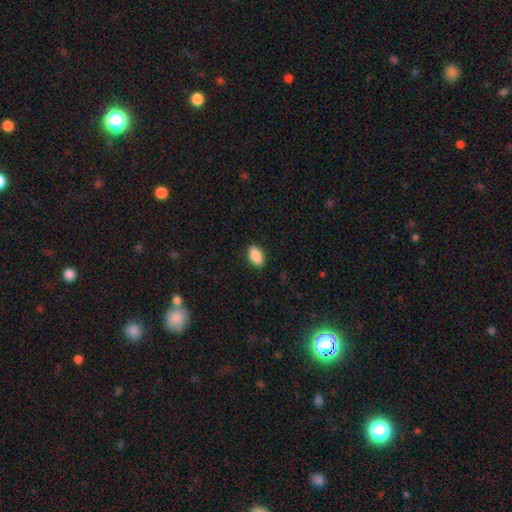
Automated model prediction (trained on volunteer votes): A smooth galaxy with no disk features (89%) that is in between round and cigar-shaped (92%). Merging: none (89%).